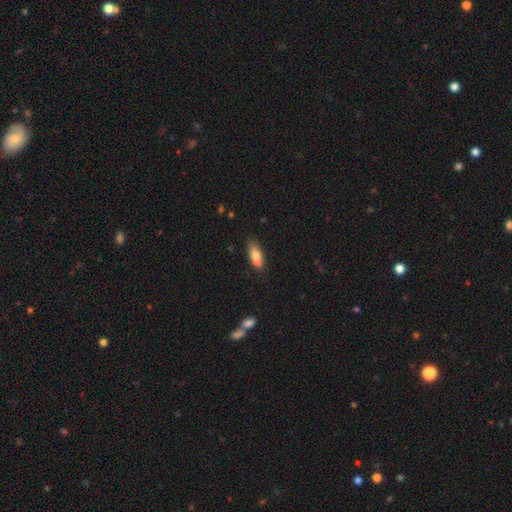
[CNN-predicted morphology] The model was most divided on "merging": none: 72%, minor disturbance: 19%, merger: 5%, major disturbance: 3%. More confident: how rounded — in between (81%); smooth or featured — smooth (76%).